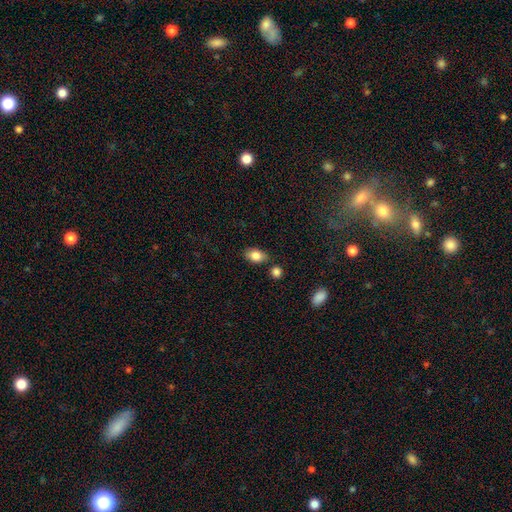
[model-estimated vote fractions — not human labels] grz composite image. It shows a smooth galaxy with no disk features (84%) that is in between round and cigar-shaped (86%). Merging: none (77%).